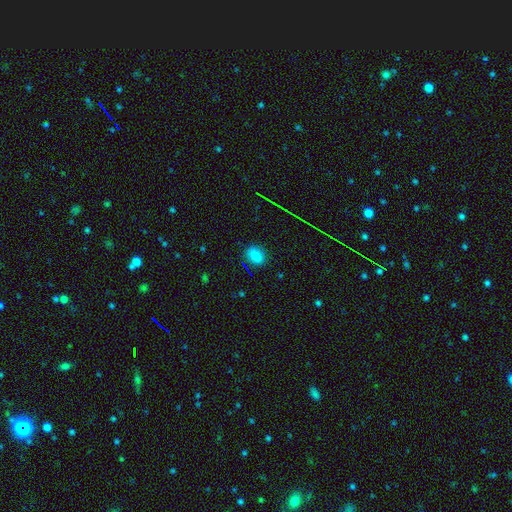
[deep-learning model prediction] This appears to be a smooth galaxy with no disk features (79%) that is in between round and cigar-shaped (64%). Merging: none (84%).